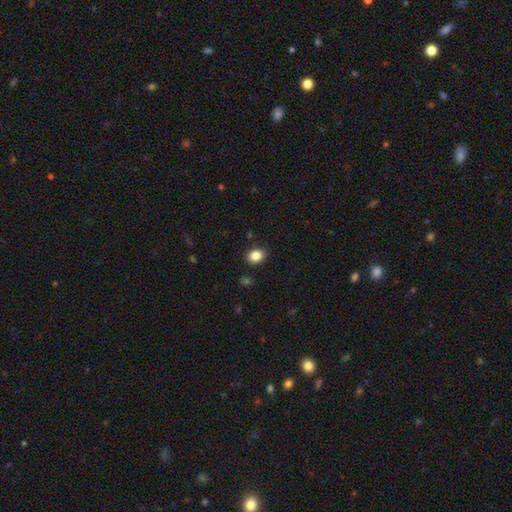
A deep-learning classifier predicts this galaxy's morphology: The model was most divided on "how rounded": in between: 52%, round: 47%, cigar-shaped: 1%. More confident: merging — none (89%); smooth or featured — smooth (85%).